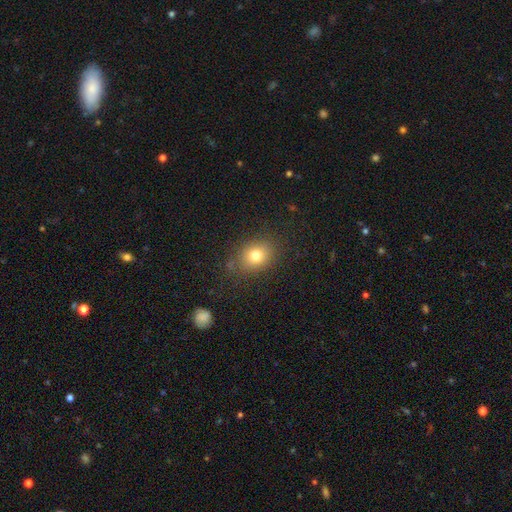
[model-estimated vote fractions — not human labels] This appears to be a smooth galaxy with no disk features (77%) that is round (52%). Merging: none (82%).